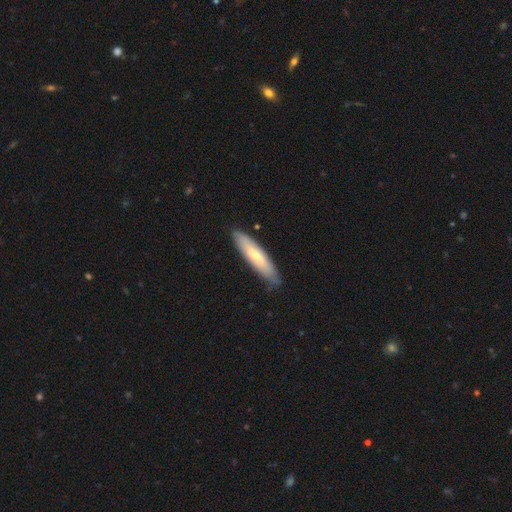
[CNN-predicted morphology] The model was most divided on "smooth or featured": smooth: 66%, featured or disk: 29%, star or artifact: 5%. More confident: merging — none (83%); how rounded — cigar-shaped (78%).